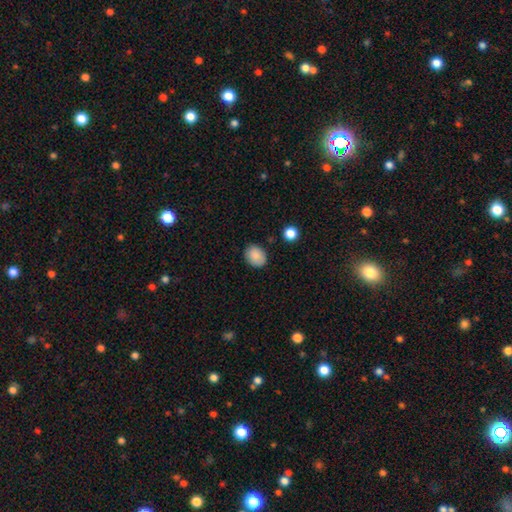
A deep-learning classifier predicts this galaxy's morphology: type=smooth (88%); roundness=in between (56%); merging=none (85%).